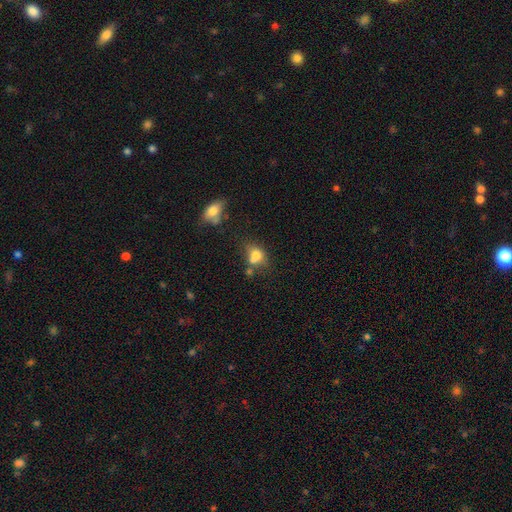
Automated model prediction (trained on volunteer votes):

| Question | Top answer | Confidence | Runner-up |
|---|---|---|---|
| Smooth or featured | smooth | 75% | featured or disk (14%) |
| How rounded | in between | 52% | round (46%) |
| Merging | none | 42% | merger (31%) |